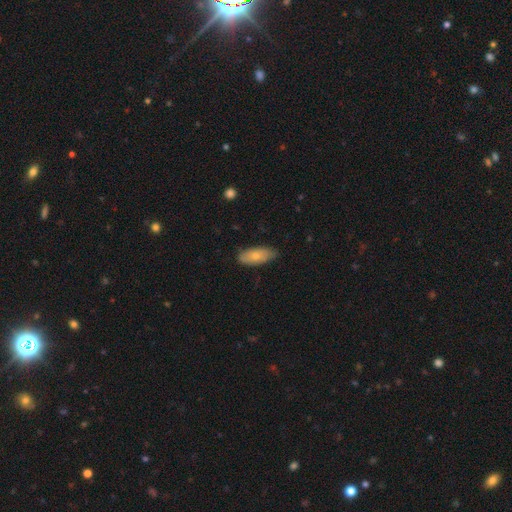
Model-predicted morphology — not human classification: smooth-or-featured: smooth: 74% | featured or disk: 20% | star or artifact: 6%
  how-rounded: in between: 84% | cigar-shaped: 14% | round: 3%
  merging: none: 75% | minor disturbance: 21% | major disturbance: 3% | merger: 1%